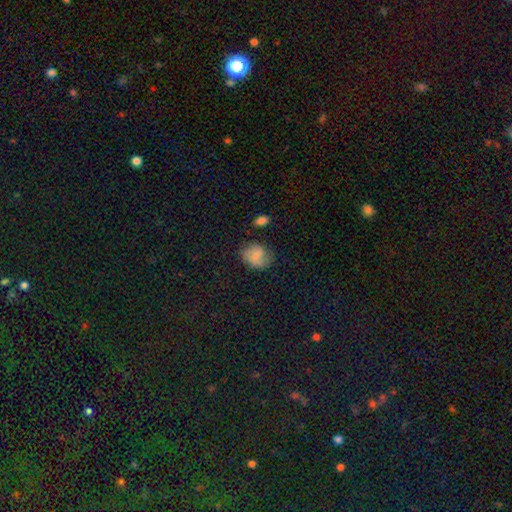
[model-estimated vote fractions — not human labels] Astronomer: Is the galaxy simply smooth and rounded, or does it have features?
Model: smooth — 72%.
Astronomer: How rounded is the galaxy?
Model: in between — 50% (runner-up: round, 49%).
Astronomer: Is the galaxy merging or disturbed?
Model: none — 61%.